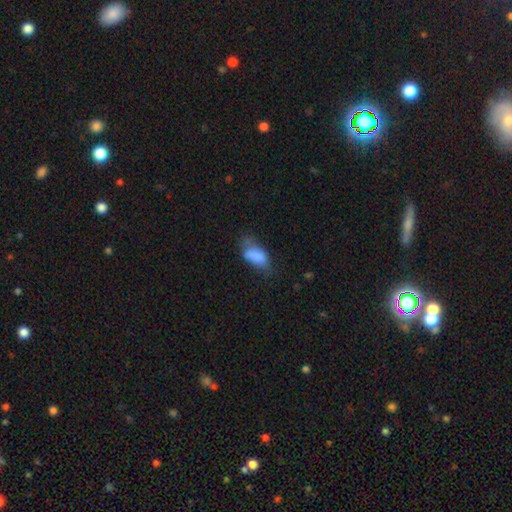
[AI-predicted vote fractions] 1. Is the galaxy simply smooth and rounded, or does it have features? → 78% smooth, 13% featured or disk, 9% star or artifact.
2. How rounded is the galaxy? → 90% in between, 5% cigar-shaped, 4% round.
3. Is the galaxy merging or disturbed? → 37% minor disturbance, 35% none, 25% major disturbance, 4% merger.